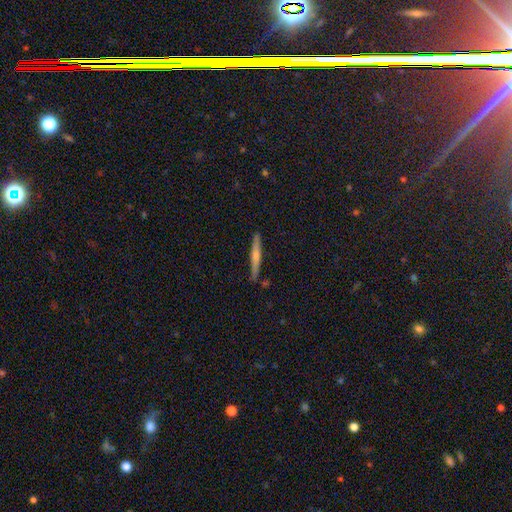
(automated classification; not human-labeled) Overall: smooth (47%, tied with featured or disk). Merging: none (87%).